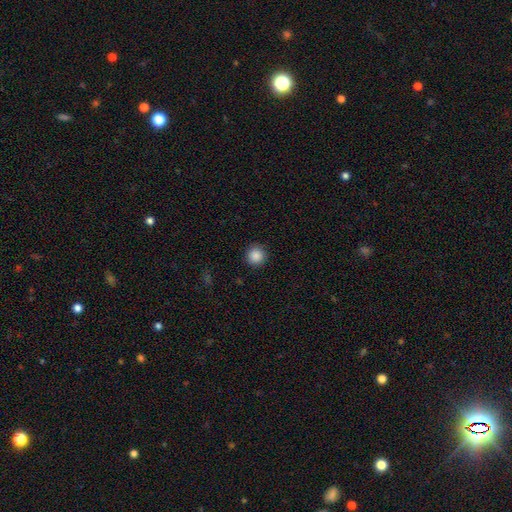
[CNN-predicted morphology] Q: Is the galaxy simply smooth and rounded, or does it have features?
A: smooth — 88%.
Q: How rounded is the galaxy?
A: round — 95%.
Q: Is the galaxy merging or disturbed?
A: none — 91%.